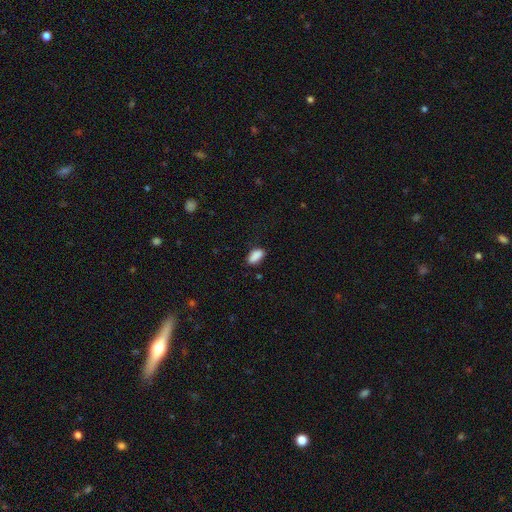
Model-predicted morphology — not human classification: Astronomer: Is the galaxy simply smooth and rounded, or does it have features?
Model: smooth — 88%.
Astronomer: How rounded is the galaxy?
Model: in between — 90%.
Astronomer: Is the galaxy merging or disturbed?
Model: none — 79%.